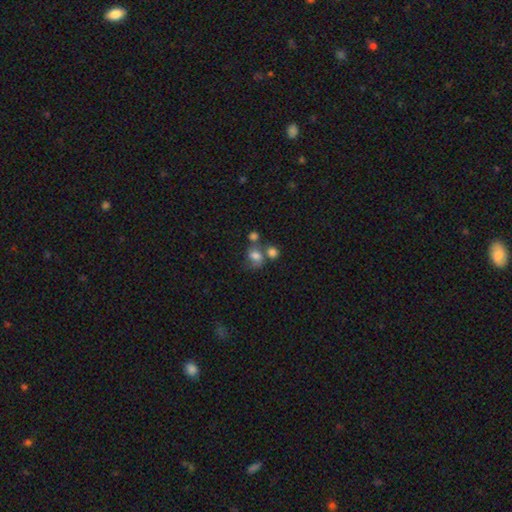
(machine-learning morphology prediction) Q: Smooth or featured?
A: smooth (71%); runner-up: featured or disk (17%)
Q: How rounded?
A: round (65%); runner-up: in between (34%)
Q: Merging?
A: none (37%); runner-up: merger (35%)